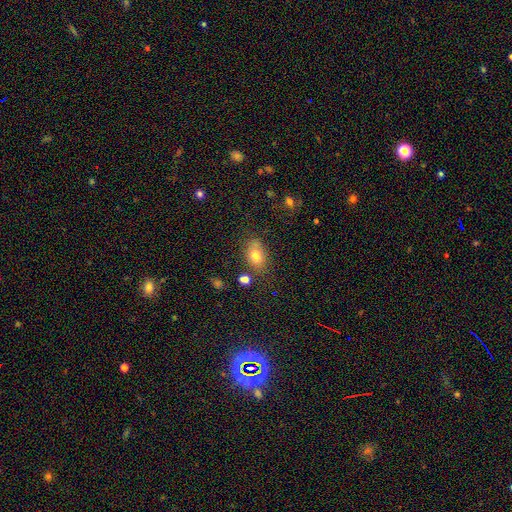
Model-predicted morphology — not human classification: Q: Smooth or featured?
A: smooth (78%); runner-up: featured or disk (11%)
Q: How rounded?
A: in between (80%); runner-up: round (19%)
Q: Merging?
A: none (69%); runner-up: minor disturbance (18%)